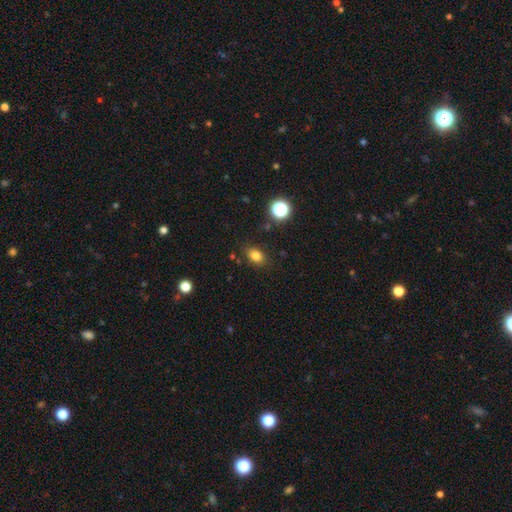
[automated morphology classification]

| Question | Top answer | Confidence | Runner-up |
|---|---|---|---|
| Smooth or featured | smooth | 81% | star or artifact (13%) |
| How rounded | in between | 73% | round (26%) |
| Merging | none | 83% | minor disturbance (12%) |